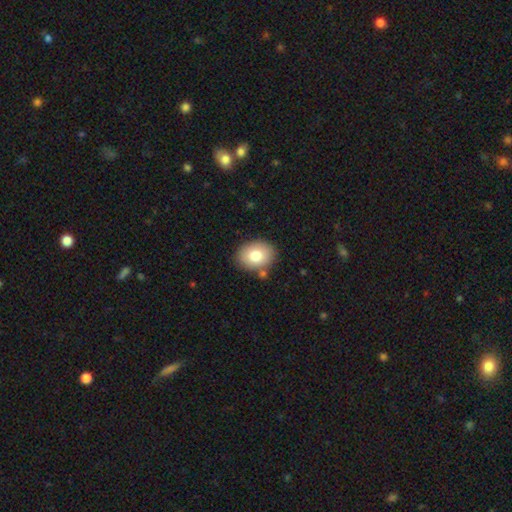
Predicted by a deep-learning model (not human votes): Smooth or featured? Predicted: smooth (p=0.80). How rounded? Predicted: in between (p=0.68). Merging? Predicted: none (p=0.80).